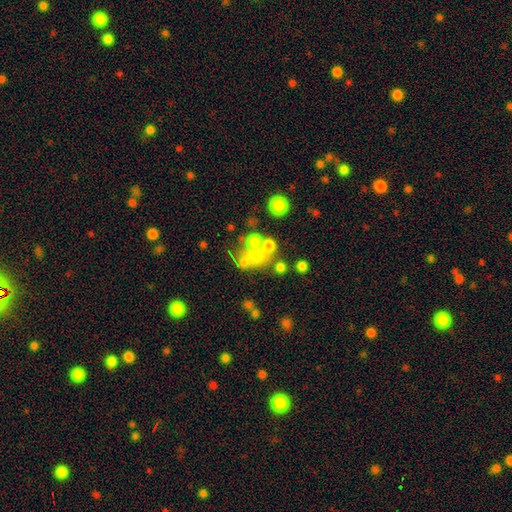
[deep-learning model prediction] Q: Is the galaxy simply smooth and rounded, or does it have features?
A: smooth — 52%.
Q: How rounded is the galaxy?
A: round — 75%.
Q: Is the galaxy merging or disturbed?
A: merger — 42%.